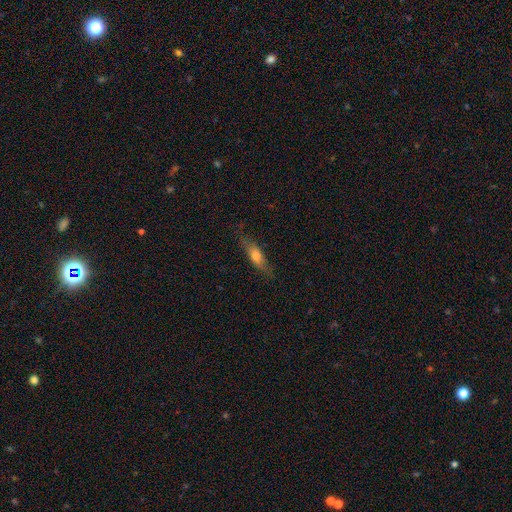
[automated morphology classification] This is likely a smooth galaxy (61%). How rounded: possibly cigar-shaped (58%). Merging: likely none (75%).